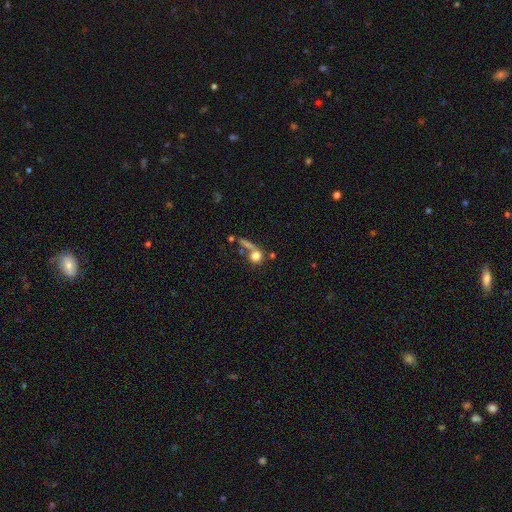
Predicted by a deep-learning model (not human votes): A smooth galaxy with no disk features (73%) that is round (82%). Merging: none (44%).